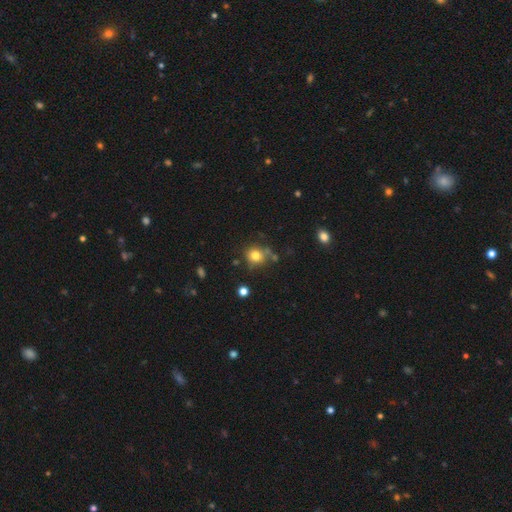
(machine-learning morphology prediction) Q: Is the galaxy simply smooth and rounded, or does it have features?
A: smooth — 78%.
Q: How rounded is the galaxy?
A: round — 85%.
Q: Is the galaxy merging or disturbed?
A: none — 67%.